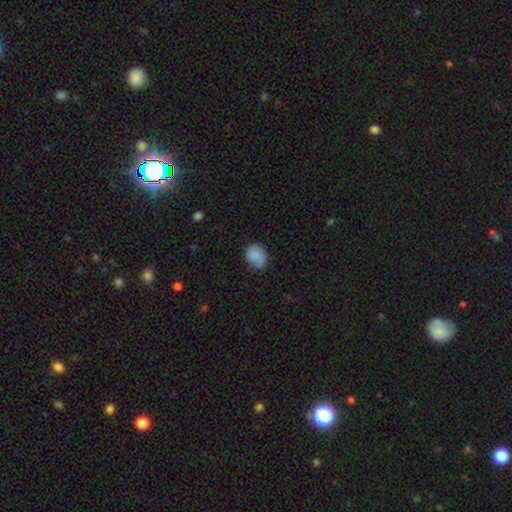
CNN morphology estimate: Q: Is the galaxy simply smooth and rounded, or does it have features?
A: smooth — 79%.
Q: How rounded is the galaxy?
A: in between — 50%.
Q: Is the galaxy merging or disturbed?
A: none — 64%.